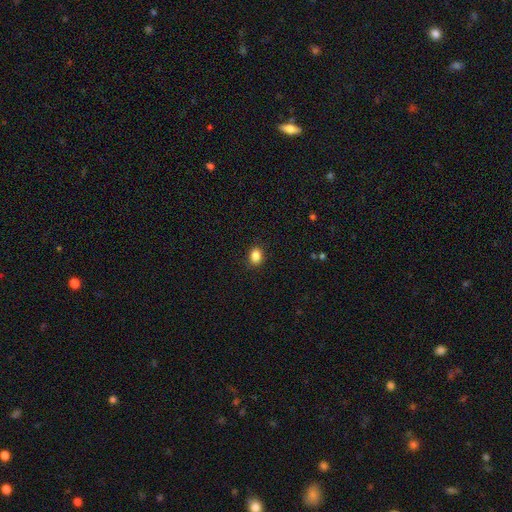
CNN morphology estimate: A smooth galaxy with no disk features (86%) that is in between round and cigar-shaped (59%). Merging: none (90%).